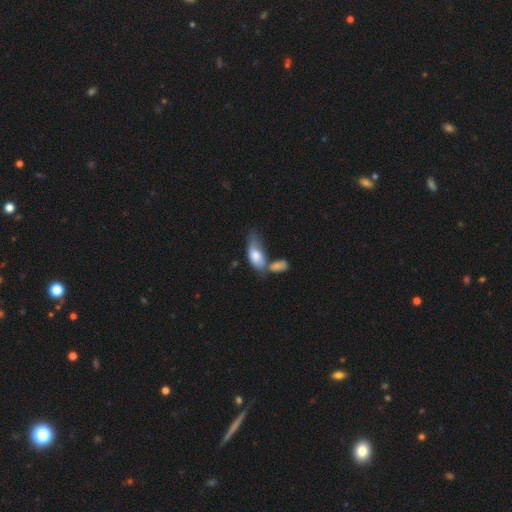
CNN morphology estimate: This is likely a smooth galaxy (73%). How rounded: clearly in between (86%). Merging: marginally merger (45%).